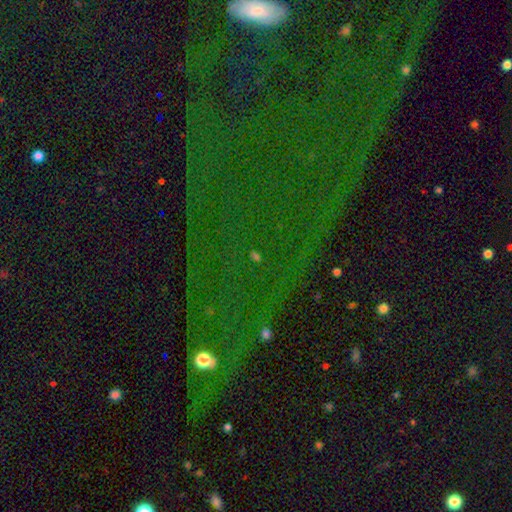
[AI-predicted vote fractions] A star or artifact, not a galaxy (81%).